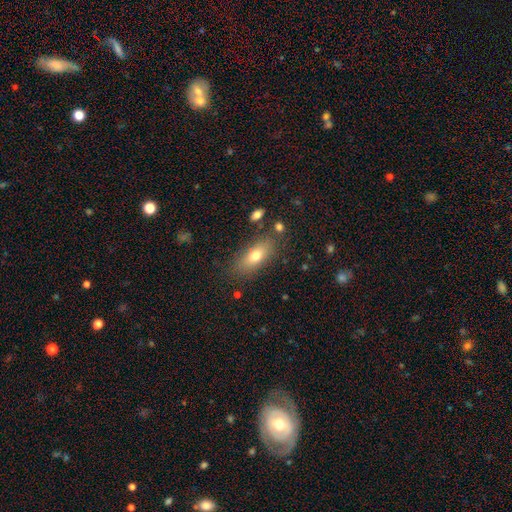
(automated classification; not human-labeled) Morphology: type=smooth (73%); roundness=in between (76%); merging=none (81%).